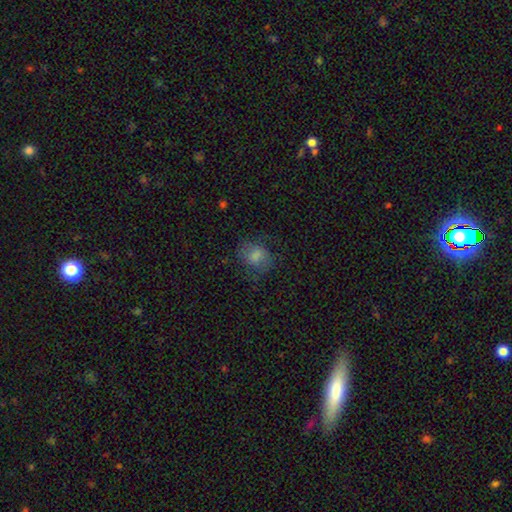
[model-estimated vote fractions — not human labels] Morphology: type=smooth (69%); roundness=round (54%); merging=none (61%).